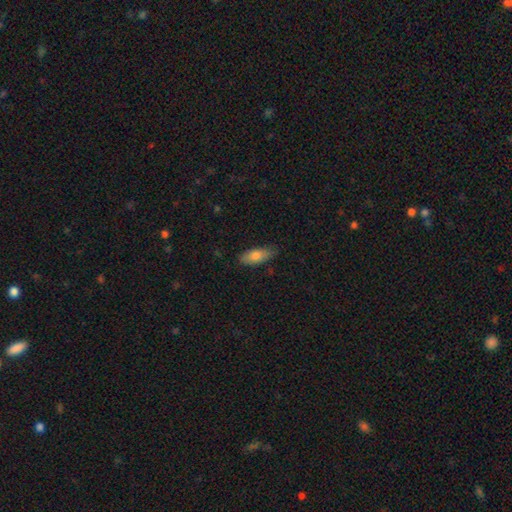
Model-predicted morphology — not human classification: A smooth galaxy with no disk features (78%) that is in between round and cigar-shaped (75%). Merging: none (79%).